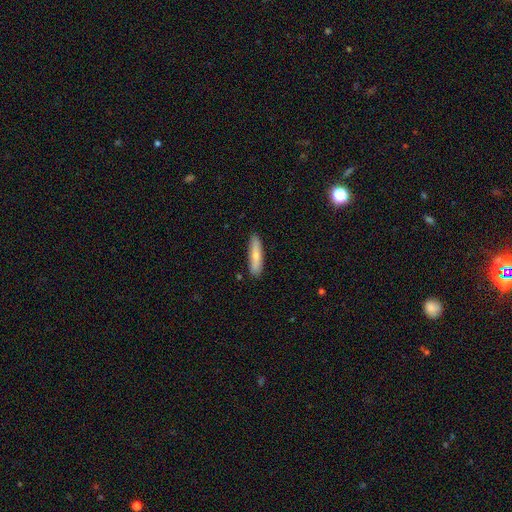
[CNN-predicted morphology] The model was most divided on "smooth or featured": smooth: 71%, featured or disk: 23%, star or artifact: 6%. More confident: merging — none (85%); how rounded — cigar-shaped (77%).